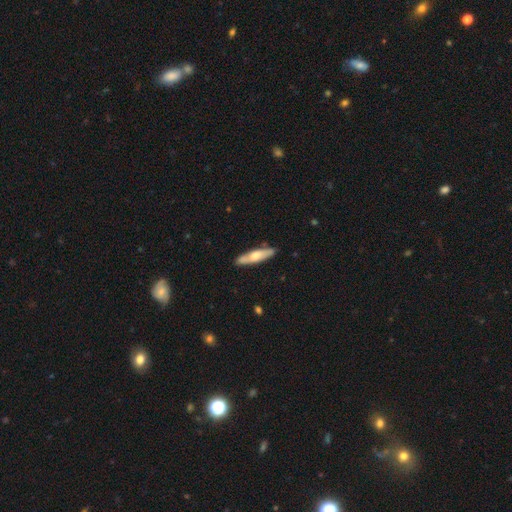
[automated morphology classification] smooth-or-featured: smooth: 54% | featured or disk: 41% | star or artifact: 5%
  how-rounded: cigar-shaped: 76% | in between: 22% | round: 2%
  merging: none: 85% | minor disturbance: 11% | major disturbance: 2% | merger: 2%